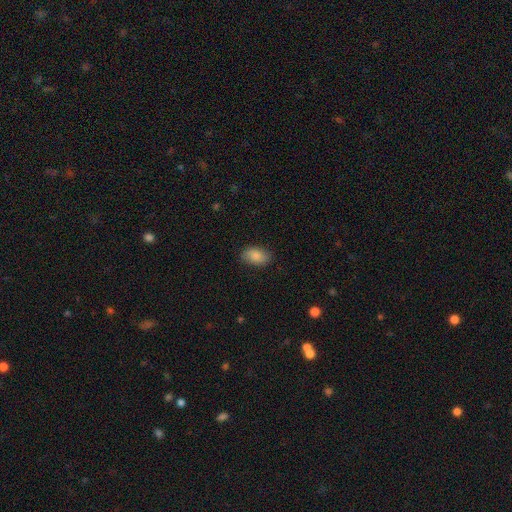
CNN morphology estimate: A smooth galaxy with no disk features (85%) that is in between round and cigar-shaped (89%). Merging: none (82%).